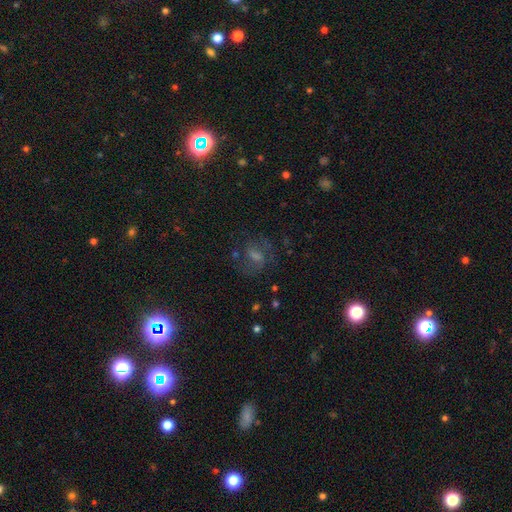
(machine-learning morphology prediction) Q: Smooth or featured?
A: featured or disk (44%); runner-up: star or artifact (32%)
Q: Merging?
A: none (68%); runner-up: minor disturbance (16%)